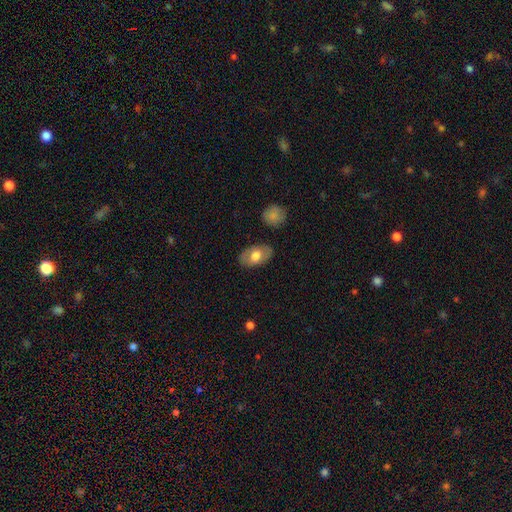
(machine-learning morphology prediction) Smooth or featured? smooth (65%)
How rounded? in between (92%)
Merging? none (84%)